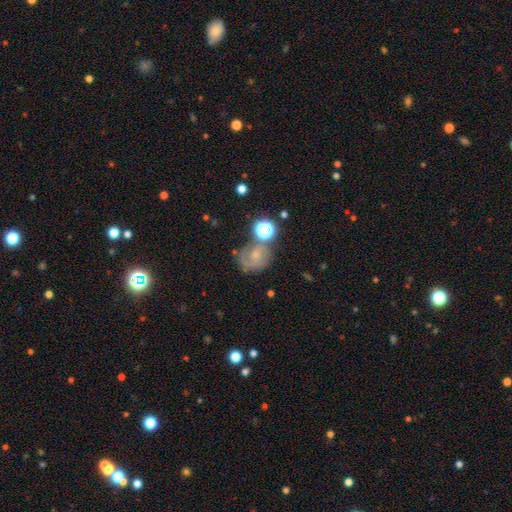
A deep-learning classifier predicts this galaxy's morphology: featured or disk 50%, smooth 31%, star or artifact 19%. Down the decision tree: merging — none (52%).